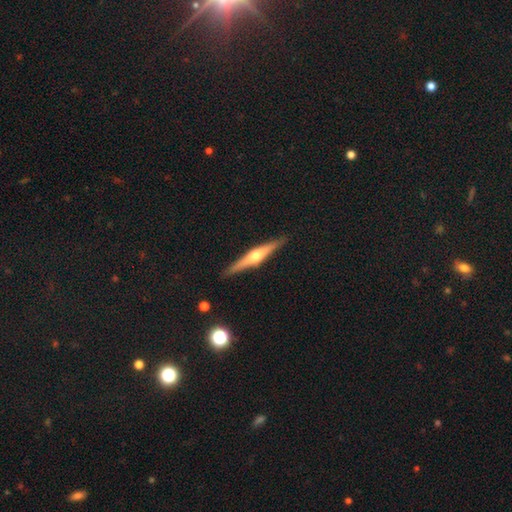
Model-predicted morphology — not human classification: The model was most divided on "smooth or featured": featured or disk: 73%, smooth: 22%, star or artifact: 5%. More confident: edge-on disk — yes (98%); edge-on bulge — rounded (92%); merging — none (91%).